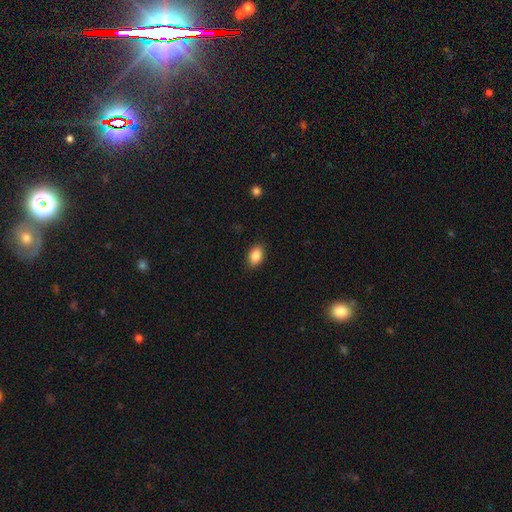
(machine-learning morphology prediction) Smooth or featured: smooth — 87% (star or artifact — 8%)
How rounded: in between — 87% (round — 12%)
Merging: none — 88% (minor disturbance — 9%)